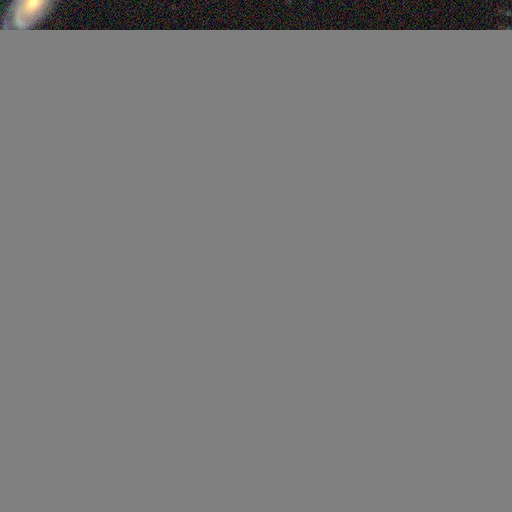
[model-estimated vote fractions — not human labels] The model was most divided on "how rounded": cigar-shaped: 75%, in between: 24%, round: 1%. More confident: merging — none (84%); smooth or featured — smooth (74%).